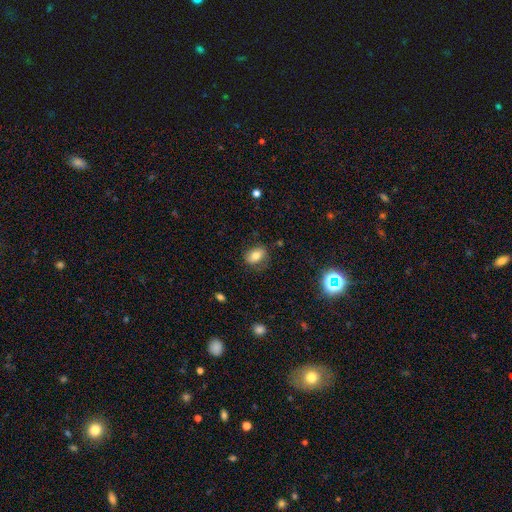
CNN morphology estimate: This is likely a smooth galaxy (74%). How rounded: clearly in between (80%). Merging: likely none (76%).